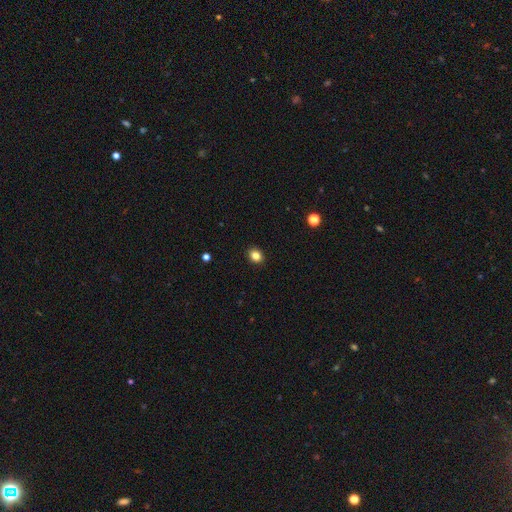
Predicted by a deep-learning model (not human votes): Q: Smooth or featured?
A: smooth (84%); runner-up: star or artifact (11%)
Q: How rounded?
A: round (60%); runner-up: in between (39%)
Q: Merging?
A: none (91%); runner-up: minor disturbance (6%)